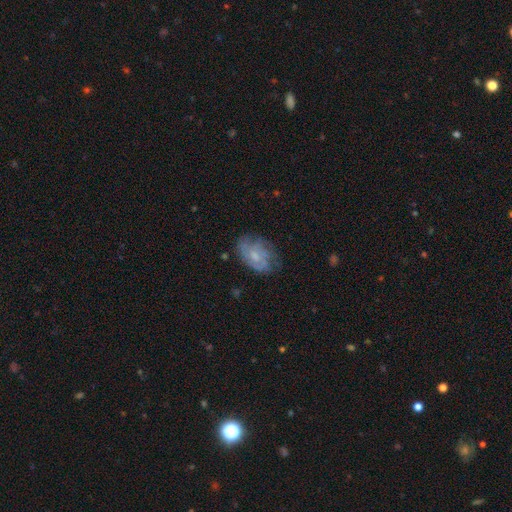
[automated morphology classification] This appears to be a featured or disk galaxy (55%) with no bar (67%), spiral arms (70%) and a small central bulge (42%). Merging: none (62%).